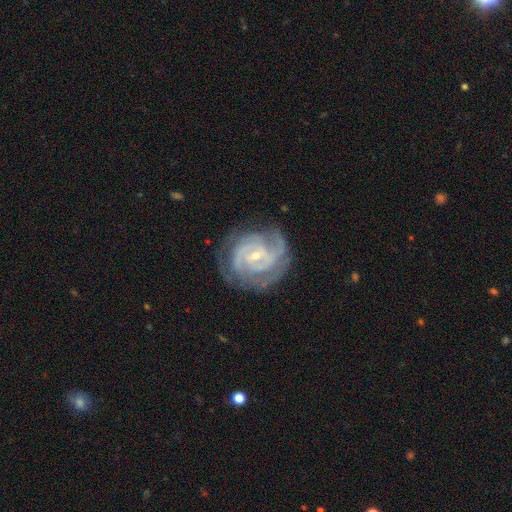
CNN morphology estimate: smooth-or-featured: featured or disk: 87% | smooth: 7% | star or artifact: 5%
  disk-edge-on: no: 97% | yes: 3%
    bar: no: 46% | weak: 40% | strong: 14%
    has-spiral-arms: yes: 96% | no: 4%
      spiral-winding: tight: 66% | medium: 29% | loose: 5%
      spiral-arm-count: 2: 33% | can't tell: 24% | 3: 24% | 4: 9% | 1: 5% | more than 4: 5%
    bulge-size: small: 73% | moderate: 24% | none: 2% | large: 1% | dominant: 1%
  merging: none: 72% | minor disturbance: 18% | major disturbance: 9% | merger: 1%